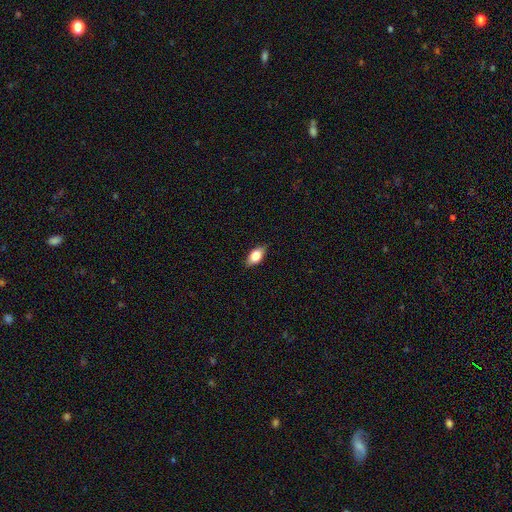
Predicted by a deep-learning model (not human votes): This is likely a smooth galaxy (79%). How rounded: clearly in between (87%). Merging: clearly none (81%).